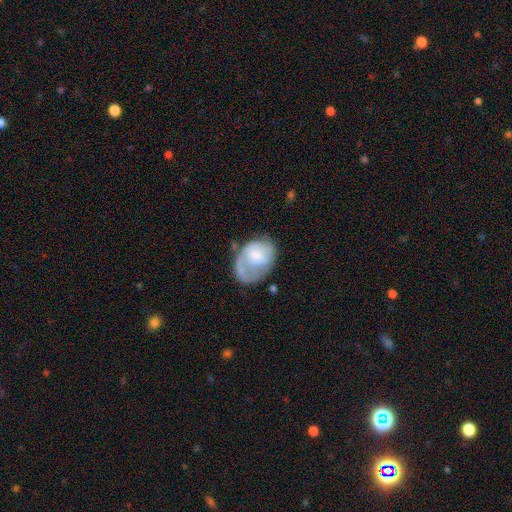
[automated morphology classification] Q: Smooth or featured?
A: smooth (47%); runner-up: featured or disk (46%)
Q: Merging?
A: none (33%); tied with: major disturbance (33%)